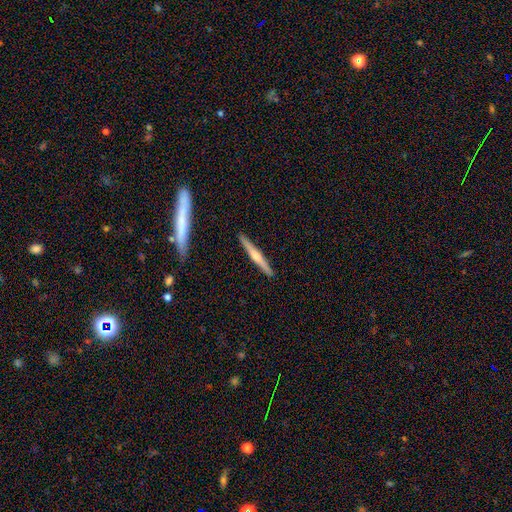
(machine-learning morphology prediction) smooth-or-featured: featured or disk: 60% | smooth: 35% | star or artifact: 5%
  disk-edge-on: yes: 98% | no: 2%
    edge-on-bulge: rounded: 74% | none: 17% | boxy: 9%
  merging: none: 90% | minor disturbance: 7% | merger: 2% | major disturbance: 1%